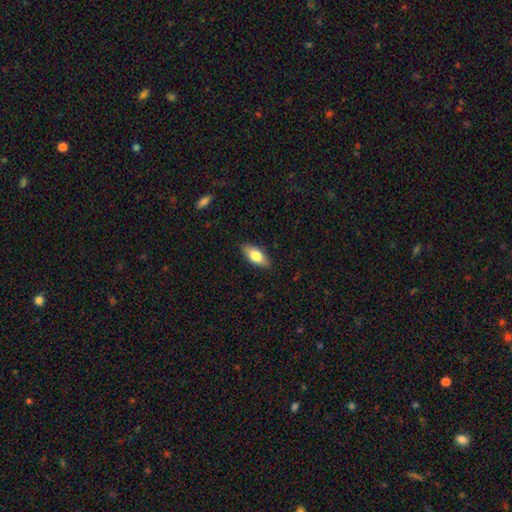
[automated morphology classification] Smooth or featured? smooth (73%)
How rounded? in between (81%)
Merging? none (87%)